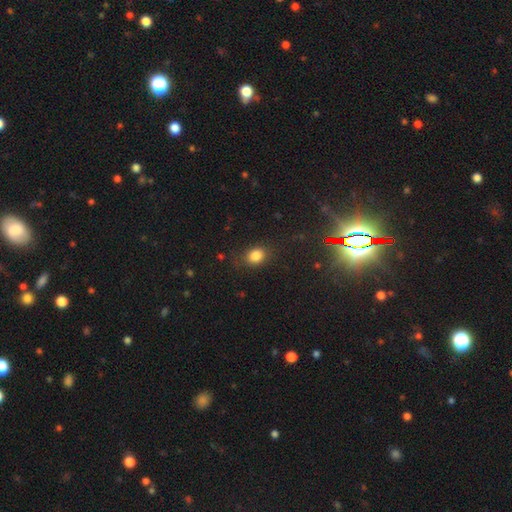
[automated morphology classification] smooth_or_featured: smooth (p=0.83) [alt: star or artifact p=0.12]
how_rounded: in between (p=0.51) [alt: round p=0.48]
merging: none (p=0.78) [alt: minor disturbance p=0.15]